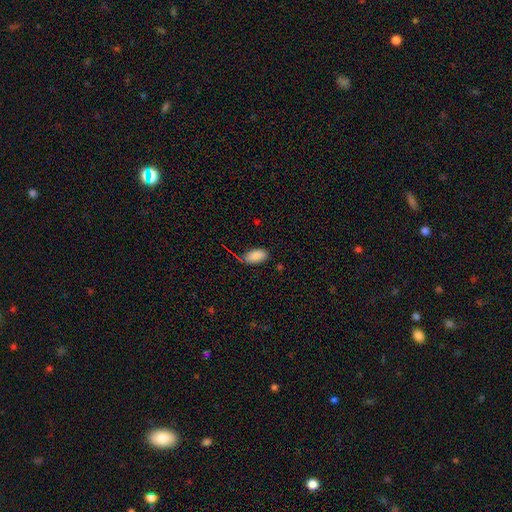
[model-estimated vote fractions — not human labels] A smooth galaxy with no disk features (86%) that is in between round and cigar-shaped (94%). Merging: none (59%).